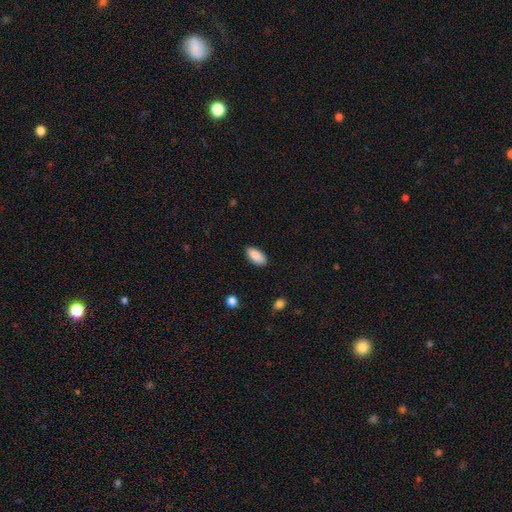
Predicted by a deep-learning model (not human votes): A smooth galaxy with no disk features (89%) that is in between round and cigar-shaped (92%).

Vote fractions:
- Smooth or featured? smooth: 89% / star or artifact: 6% / featured or disk: 4%
- How rounded? in between: 92% / cigar-shaped: 6% / round: 2%
- Merging? none: 85% / minor disturbance: 12% / major disturbance: 2% / merger: 1%